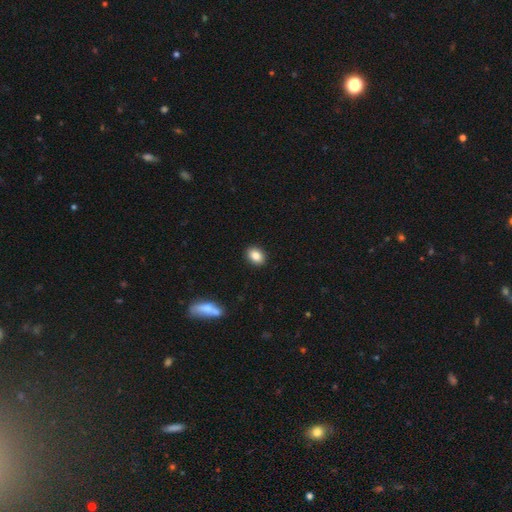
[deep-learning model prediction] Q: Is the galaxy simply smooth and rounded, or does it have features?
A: smooth — 86%.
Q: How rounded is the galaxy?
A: in between — 70%.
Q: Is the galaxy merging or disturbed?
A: none — 91%.